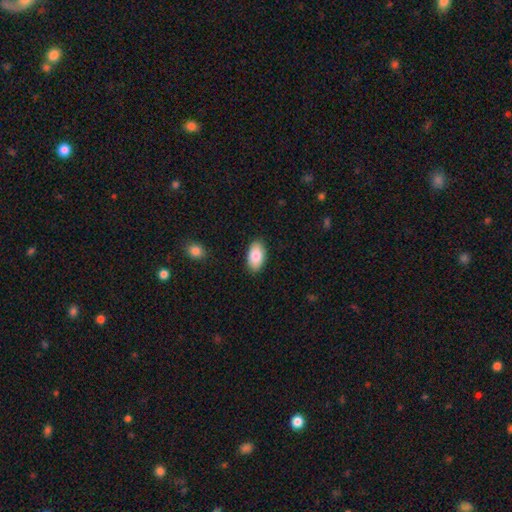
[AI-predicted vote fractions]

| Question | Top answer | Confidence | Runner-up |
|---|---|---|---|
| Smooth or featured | smooth | 84% | featured or disk (9%) |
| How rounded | in between | 95% | round (4%) |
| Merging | none | 89% | minor disturbance (8%) |